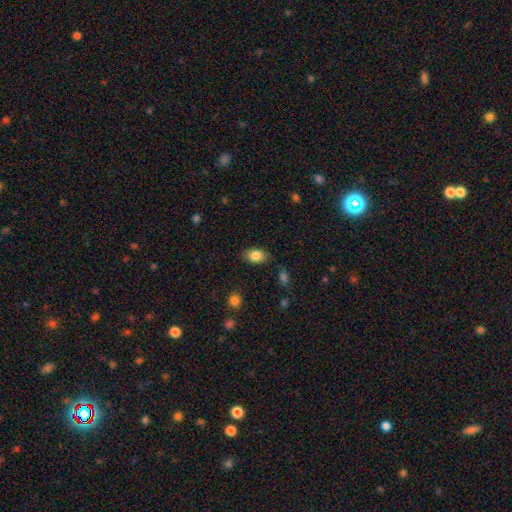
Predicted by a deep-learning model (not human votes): Morphology: type=smooth (84%); roundness=in between (86%); merging=none (82%).